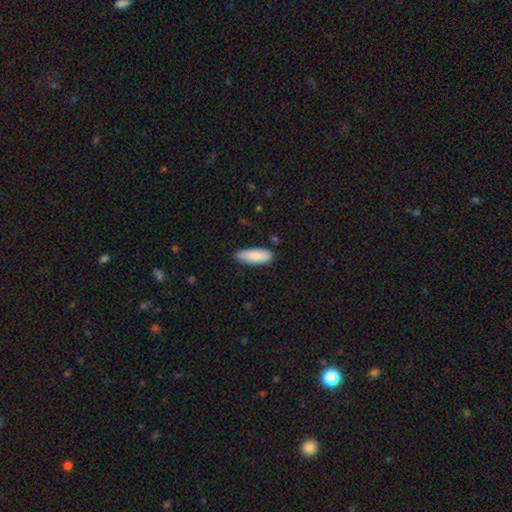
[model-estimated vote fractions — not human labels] smooth 86%, featured or disk 8%, star or artifact 6%. Down the decision tree: how rounded — in between (73%); merging — none (78%).